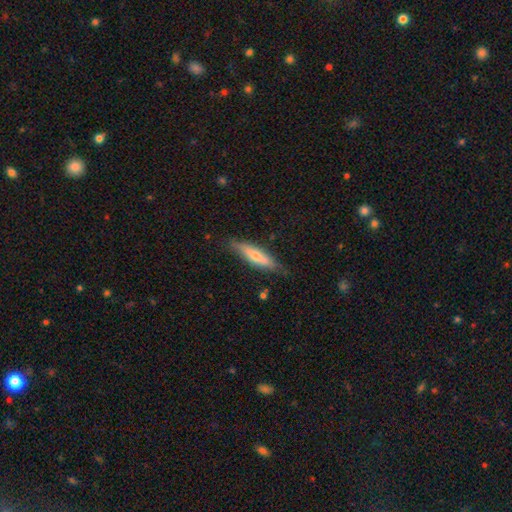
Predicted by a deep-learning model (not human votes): Smooth or featured: smooth — 51% (featured or disk — 43%)
How rounded: cigar-shaped — 78% (in between — 20%)
Merging: none — 79% (minor disturbance — 17%)